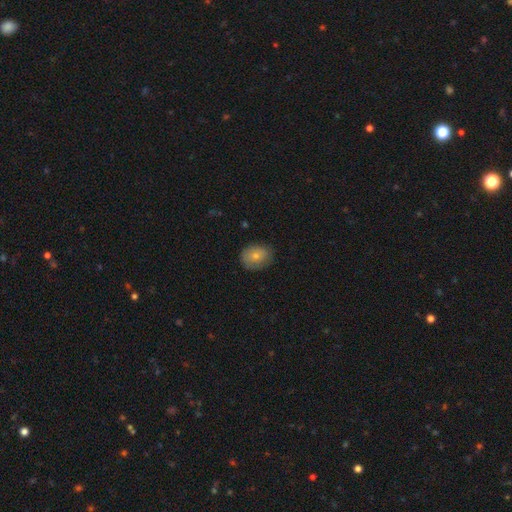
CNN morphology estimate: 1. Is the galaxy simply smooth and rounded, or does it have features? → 76% smooth, 17% featured or disk, 8% star or artifact.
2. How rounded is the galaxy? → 58% in between, 41% round, 1% cigar-shaped.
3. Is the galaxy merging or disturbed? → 78% none, 17% minor disturbance, 4% major disturbance, 1% merger.